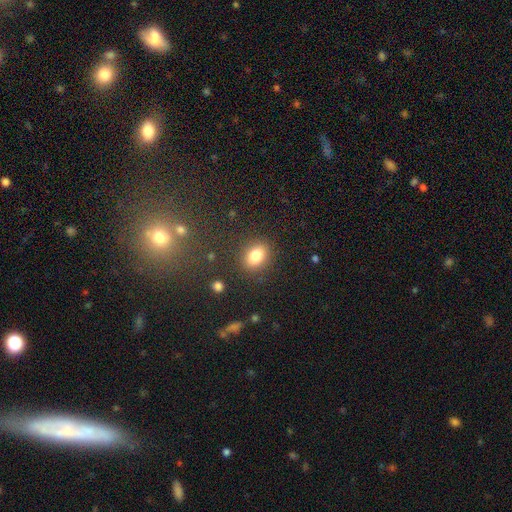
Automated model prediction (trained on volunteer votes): A smooth galaxy with no disk features (83%) that is in between round and cigar-shaped (65%).

Vote fractions:
- Smooth or featured? smooth: 83% / star or artifact: 10% / featured or disk: 7%
- How rounded? in between: 65% / round: 33% / cigar-shaped: 1%
- Merging? none: 85% / minor disturbance: 10% / major disturbance: 3% / merger: 2%